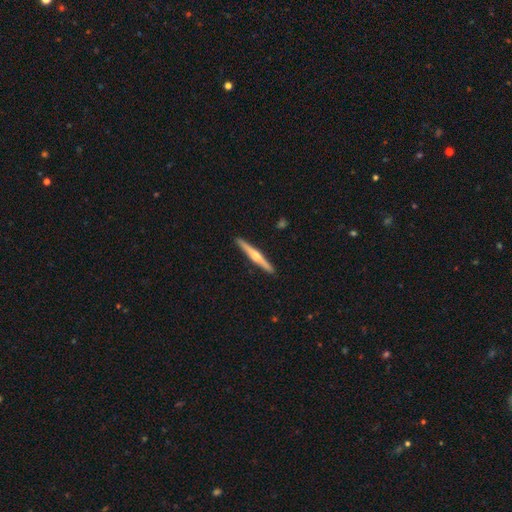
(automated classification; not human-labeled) Morphology: type=featured or disk (64%); edge-on=yes (98%); edge-on bulge=rounded (80%); merging=none (92%).